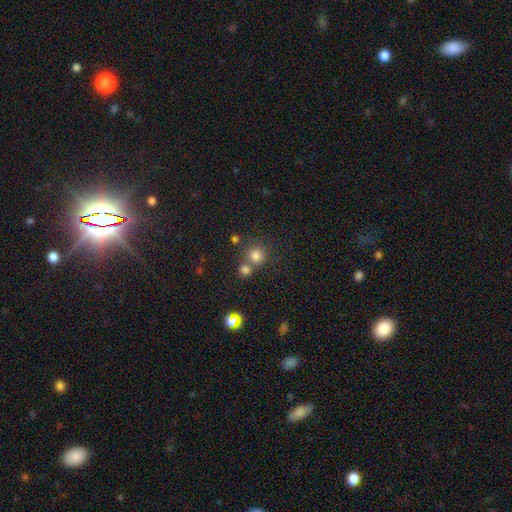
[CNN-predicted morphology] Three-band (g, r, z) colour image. It shows a smooth galaxy with no disk features (78%) that is round (90%). Merging: none (60%).